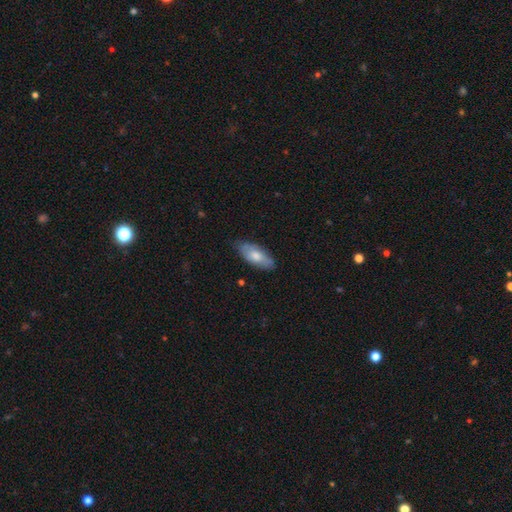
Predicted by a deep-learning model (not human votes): Smooth or featured? smooth (69%)
How rounded? in between (83%)
Merging? none (73%)